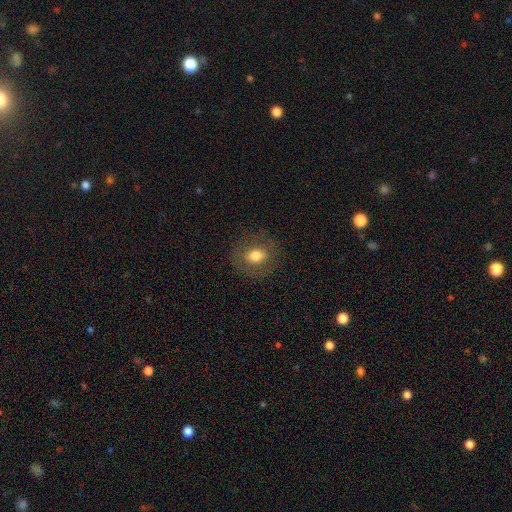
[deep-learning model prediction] The model was most divided on "how rounded": round: 69%, in between: 29%, cigar-shaped: 1%. More confident: merging — none (84%); smooth or featured — smooth (68%).